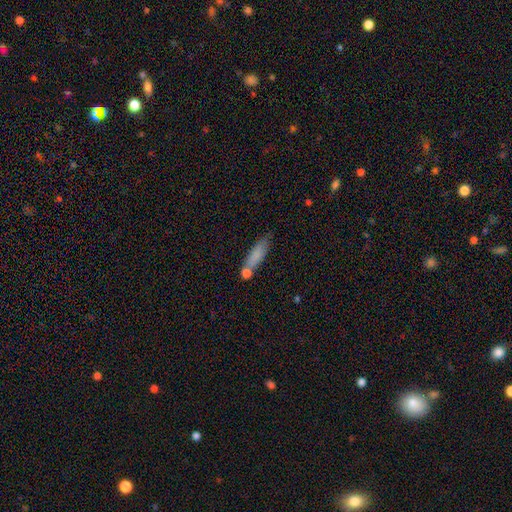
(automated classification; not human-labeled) A smooth galaxy with no disk features (79%) that is cigar-shaped (61%). Merging: none (58%).